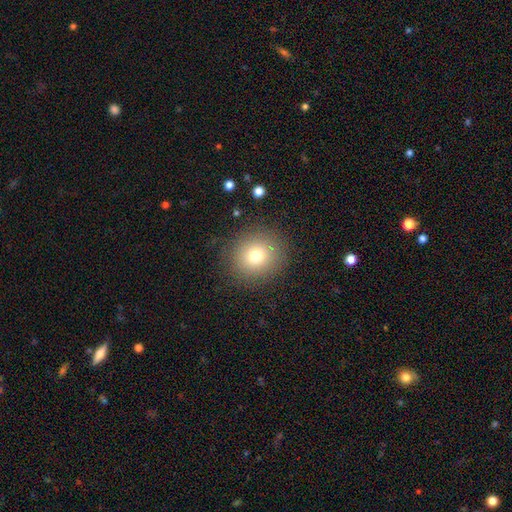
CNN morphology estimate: This is likely a smooth galaxy (74%). How rounded: clearly round (90%). Merging: clearly none (86%).